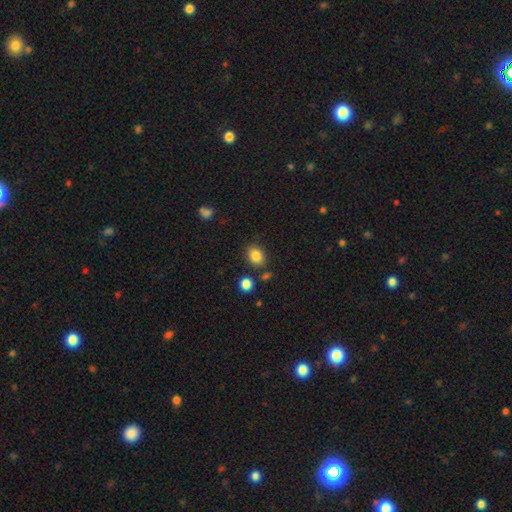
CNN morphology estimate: The model was most divided on "how rounded": in between: 57%, round: 42%, cigar-shaped: 1%. More confident: smooth or featured — smooth (84%); merging — none (81%).